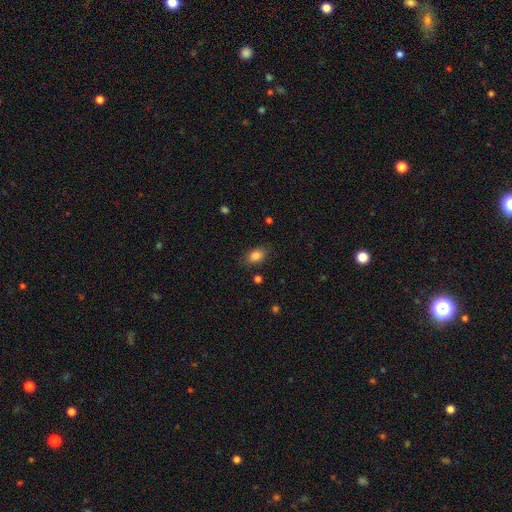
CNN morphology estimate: A smooth galaxy with no disk features (84%) that is in between round and cigar-shaped (82%).

Vote fractions:
- Smooth or featured? smooth: 84% / star or artifact: 10% / featured or disk: 6%
- How rounded? in between: 82% / round: 17% / cigar-shaped: 2%
- Merging? none: 84% / minor disturbance: 11% / major disturbance: 3% / merger: 1%